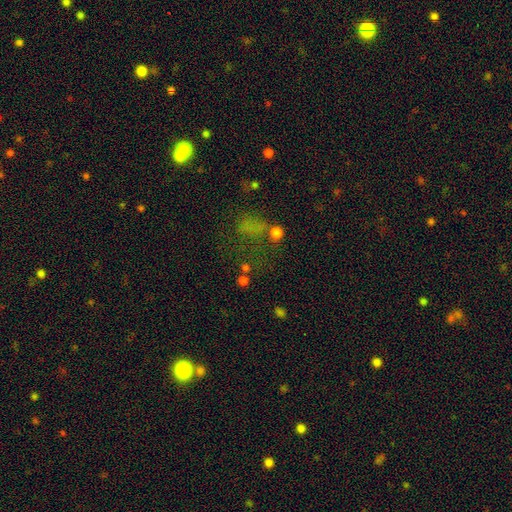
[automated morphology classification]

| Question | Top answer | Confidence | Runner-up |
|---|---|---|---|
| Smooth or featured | star or artifact | 54% | smooth (28%) |